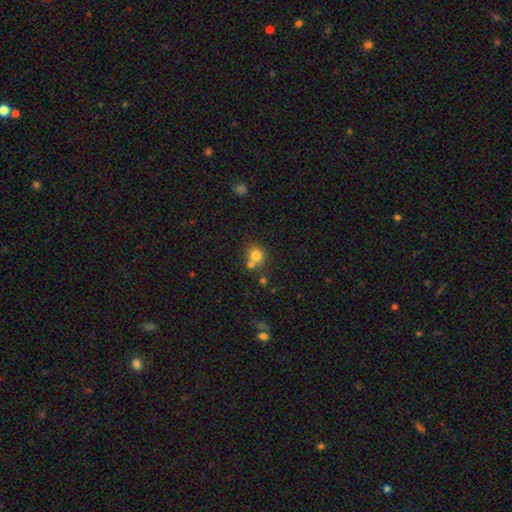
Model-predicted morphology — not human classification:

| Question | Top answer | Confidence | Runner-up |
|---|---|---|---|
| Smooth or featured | smooth | 78% | star or artifact (12%) |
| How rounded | round | 83% | in between (16%) |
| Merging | none | 54% | merger (34%) |